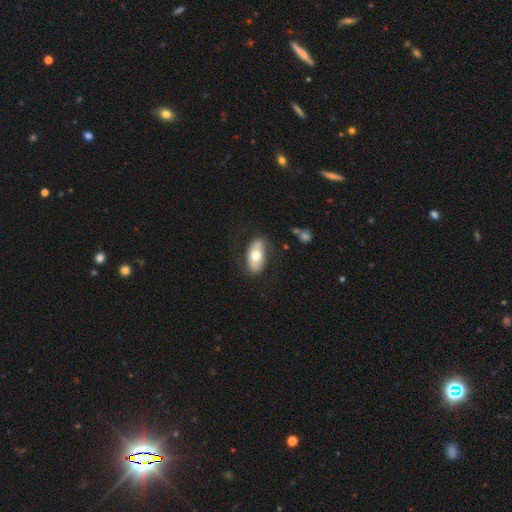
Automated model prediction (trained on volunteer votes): The model was most divided on "smooth or featured": smooth: 62%, featured or disk: 33%, star or artifact: 6%. More confident: how rounded — in between (89%); merging — none (78%).